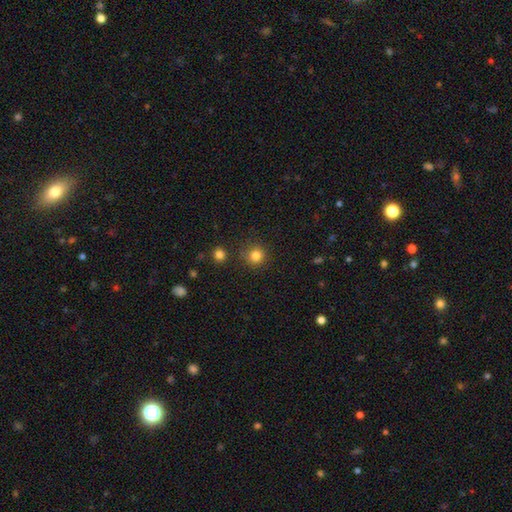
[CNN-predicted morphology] type=smooth (82%); roundness=round (93%); merging=none (87%).